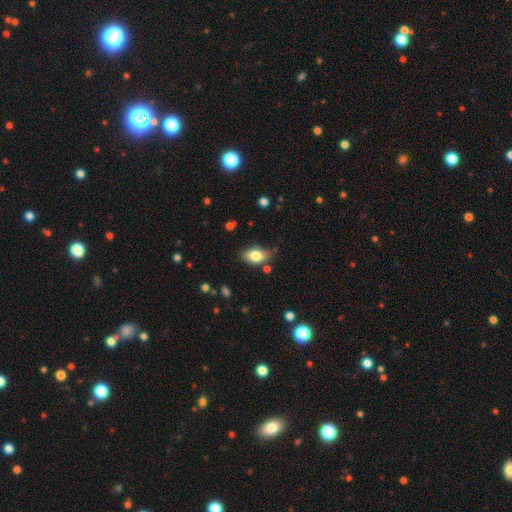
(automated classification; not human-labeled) This is likely a smooth galaxy (80%). How rounded: clearly in between (89%). Merging: likely none (75%).